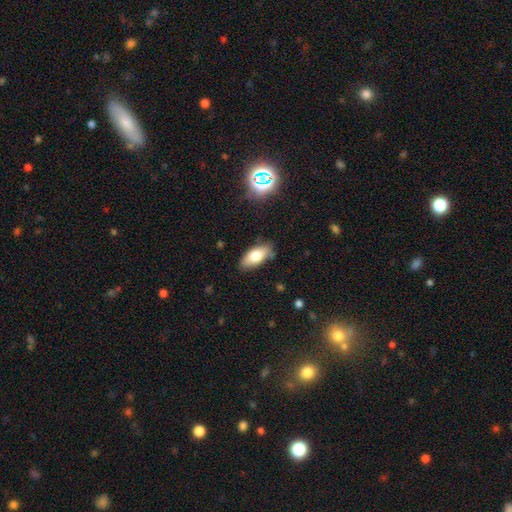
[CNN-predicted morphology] smooth 75%, featured or disk 17%, star or artifact 8%. Down the decision tree: how rounded — in between (86%); merging — none (81%).